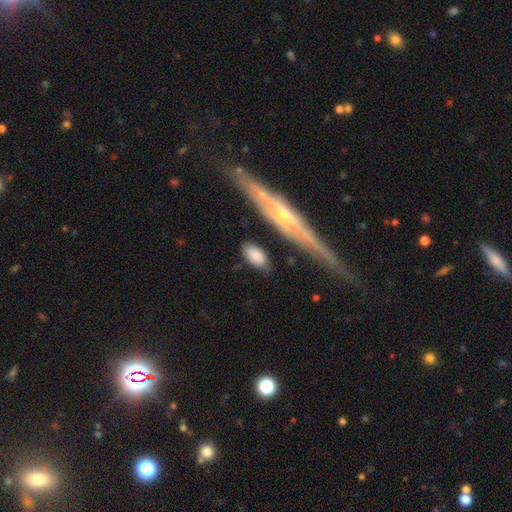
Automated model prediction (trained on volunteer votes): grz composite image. It shows a smooth galaxy with no disk features (82%) that is in between round and cigar-shaped (89%). Merging: none (76%).